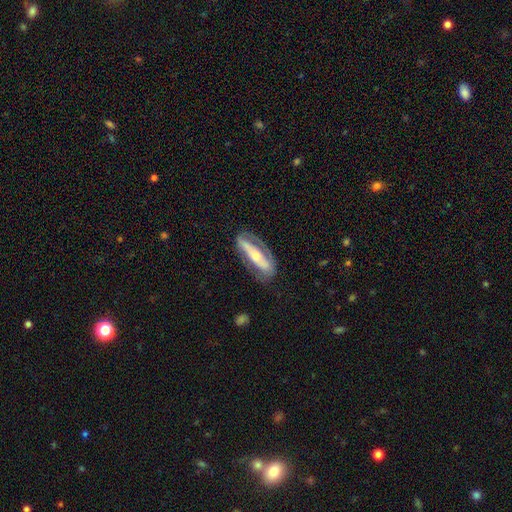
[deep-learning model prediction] smooth_or_featured: featured or disk (p=0.71) [alt: smooth p=0.24]
disk_edge_on: no (p=0.69) [alt: yes p=0.31]
merging: none (p=0.70) [alt: minor disturbance p=0.18]